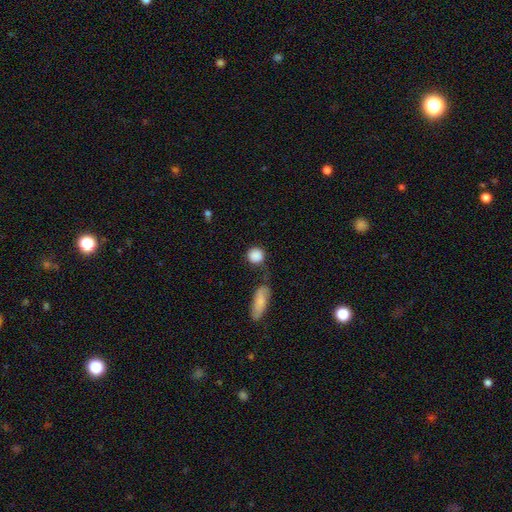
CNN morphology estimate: type=smooth (88%); roundness=round (87%); merging=none (70%).